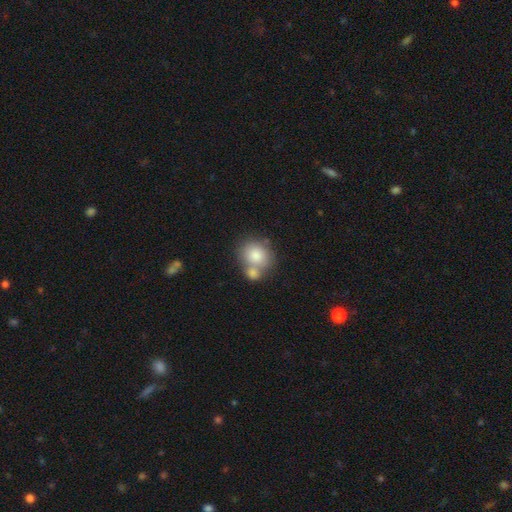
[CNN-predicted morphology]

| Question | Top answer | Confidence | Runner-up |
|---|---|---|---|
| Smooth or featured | smooth | 81% | featured or disk (12%) |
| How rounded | round | 72% | in between (27%) |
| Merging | merger | 48% | none (38%) |